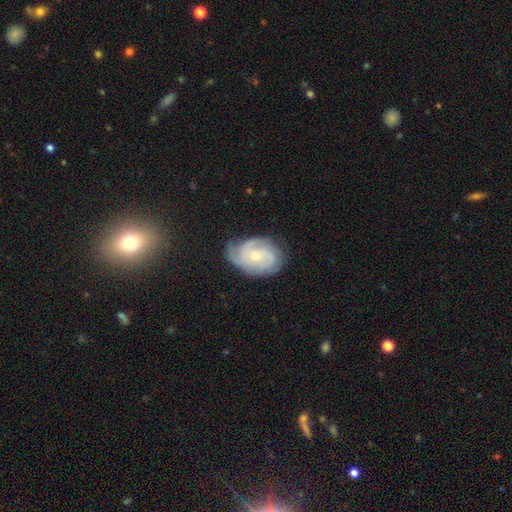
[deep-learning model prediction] Overall: featured or disk (79%). Edge-on disk: no (97%). Bar: no (72%). Spiral arms: yes (95%). Spiral arm count: 3 (39%; can't tell 22%). Spiral winding: tight (58%; medium 34%). Bulge size: small (58%; moderate 38%). Merging: none (66%).